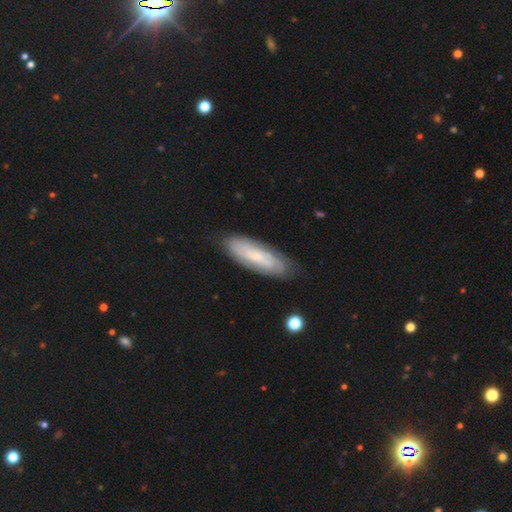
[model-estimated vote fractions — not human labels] Q: Smooth or featured?
A: featured or disk (53%); runner-up: smooth (40%)
Q: Edge-on disk?
A: no (77%); runner-up: yes (23%)
Q: Merging?
A: none (80%); runner-up: minor disturbance (15%)